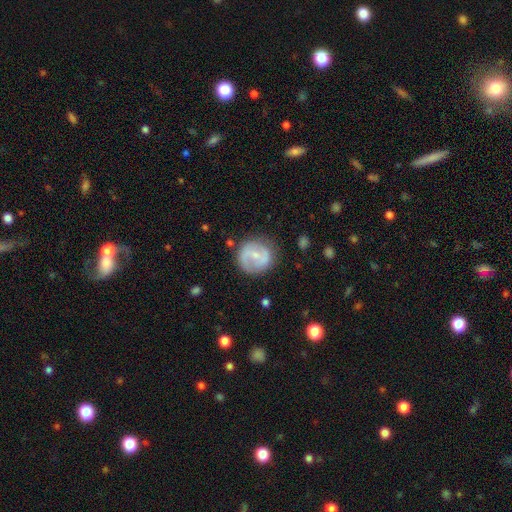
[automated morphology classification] A featured or disk galaxy (64%) with a weak bar (47%), spiral arms (75%) and a small central bulge (62%). Merging: none (77%).